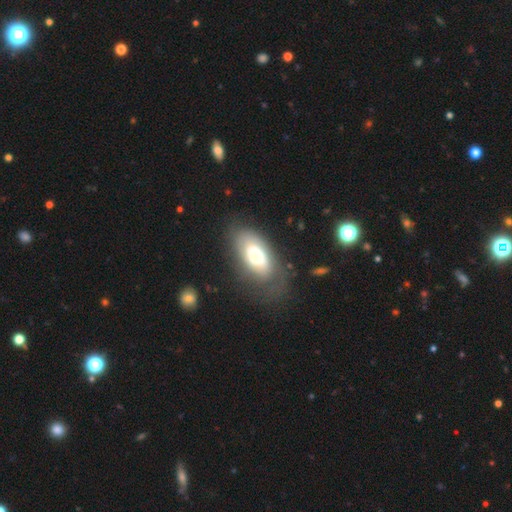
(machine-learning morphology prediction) smooth_or_featured: smooth (p=0.49) [alt: featured or disk p=0.44]
merging: none (p=0.54) [alt: minor disturbance p=0.23]